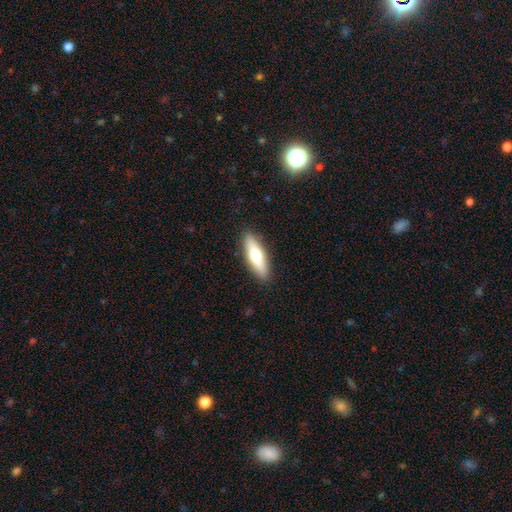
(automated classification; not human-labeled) This is likely a smooth galaxy (61%). How rounded: possibly cigar-shaped (54%). Merging: clearly none (90%).